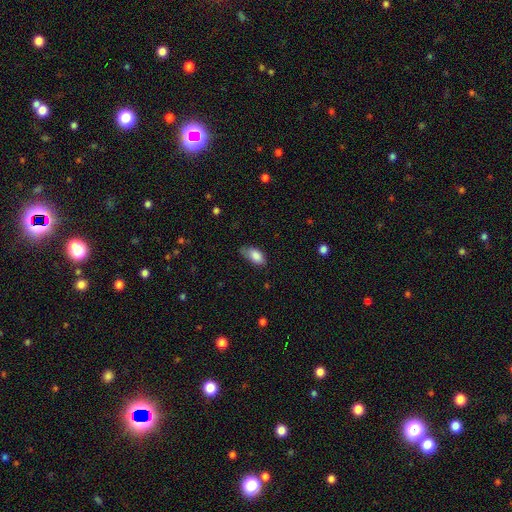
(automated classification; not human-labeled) A smooth galaxy with no disk features (84%) that is in between round and cigar-shaped (91%). Merging: none (56%).